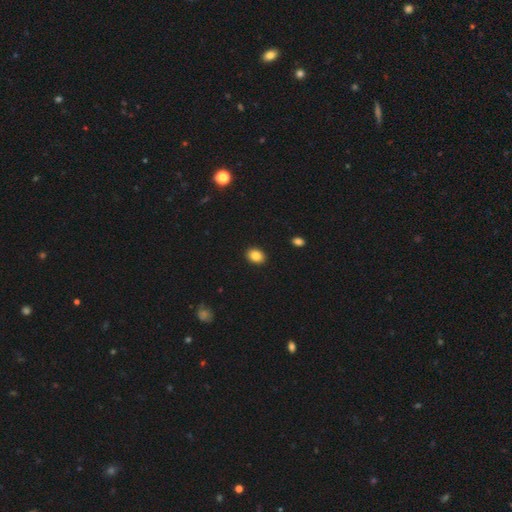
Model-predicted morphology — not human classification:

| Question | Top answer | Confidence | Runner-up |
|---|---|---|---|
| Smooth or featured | smooth | 85% | star or artifact (9%) |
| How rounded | in between | 58% | round (42%) |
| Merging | none | 91% | minor disturbance (6%) |